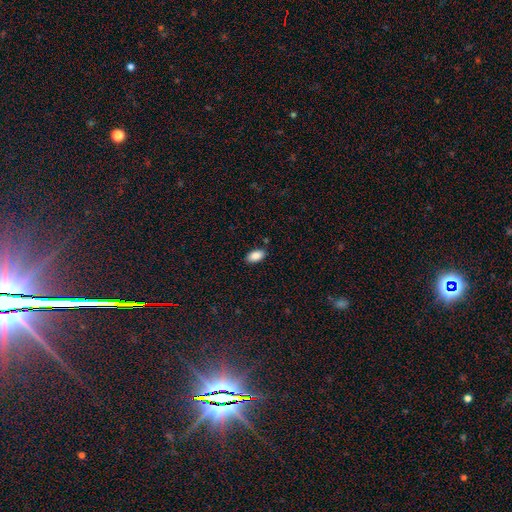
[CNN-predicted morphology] smooth-or-featured: smooth: 87% | star or artifact: 7% | featured or disk: 5%
  how-rounded: in between: 94% | cigar-shaped: 3% | round: 3%
  merging: none: 85% | minor disturbance: 10% | major disturbance: 2% | merger: 2%